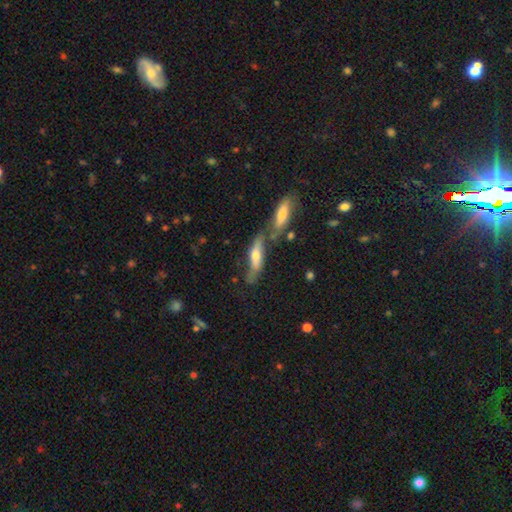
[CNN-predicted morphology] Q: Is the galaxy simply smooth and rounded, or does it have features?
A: featured or disk — 47%.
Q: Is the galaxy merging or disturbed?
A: none — 39%.